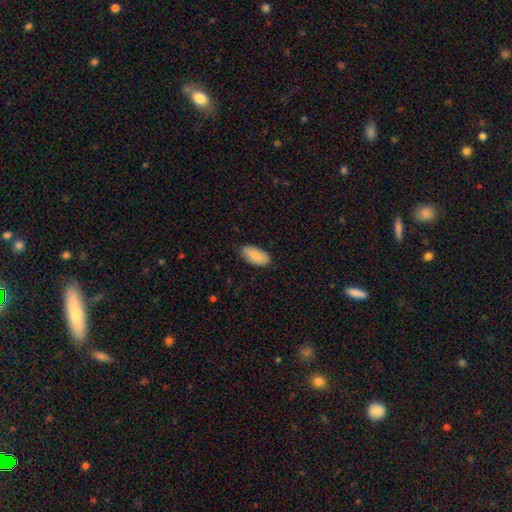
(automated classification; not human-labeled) Morphology: type=smooth (85%); roundness=in between (93%); merging=none (82%).